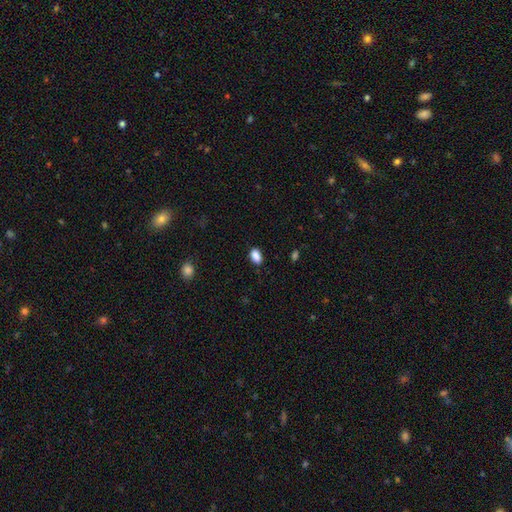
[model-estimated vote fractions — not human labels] smooth_or_featured: smooth (p=0.88) [alt: star or artifact p=0.09]
how_rounded: in between (p=0.87) [alt: round p=0.11]
merging: none (p=0.80) [alt: minor disturbance p=0.15]